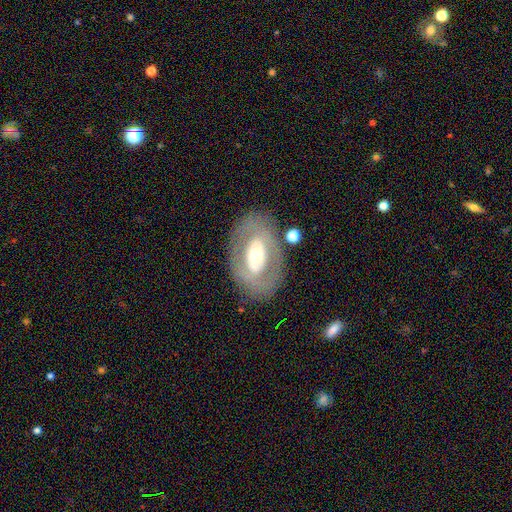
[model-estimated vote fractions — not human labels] The model was most divided on "bulge size": moderate: 57%, small: 29%, large: 11%, dominant: 2%, none: 1%. More confident: edge-on disk — no (91%); merging — none (76%); spiral arms — no (76%); bar — no (67%); smooth or featured — featured or disk (63%).